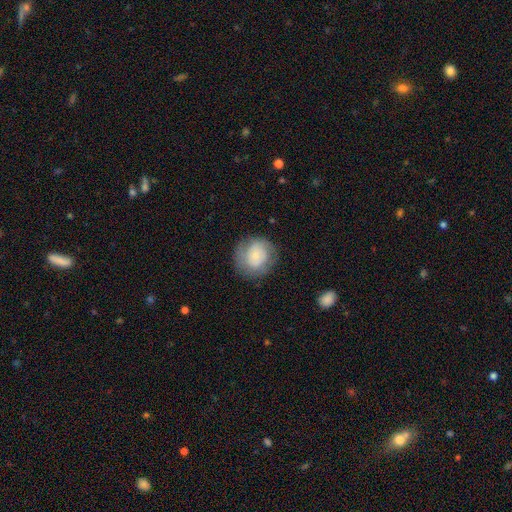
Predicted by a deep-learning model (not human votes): A smooth galaxy with no disk features (61%) that is round (85%).

Vote fractions:
- Smooth or featured? smooth: 61% / featured or disk: 32% / star or artifact: 8%
- How rounded? round: 85% / in between: 14% / cigar-shaped: 1%
- Merging? none: 74% / minor disturbance: 16% / major disturbance: 8% / merger: 1%